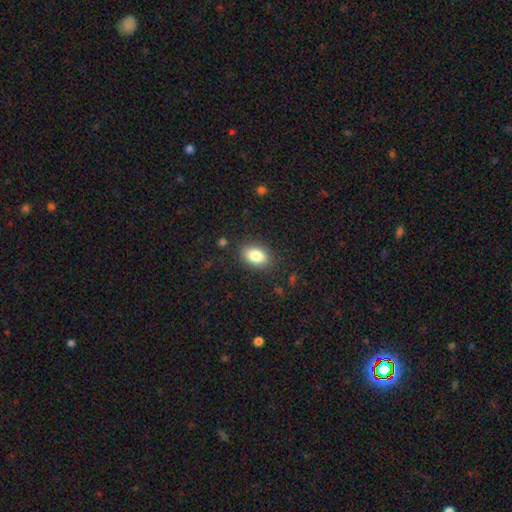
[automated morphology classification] smooth-or-featured: smooth: 85% | star or artifact: 8% | featured or disk: 7%
  how-rounded: in between: 86% | round: 12% | cigar-shaped: 2%
  merging: none: 85% | minor disturbance: 11% | major disturbance: 3% | merger: 1%